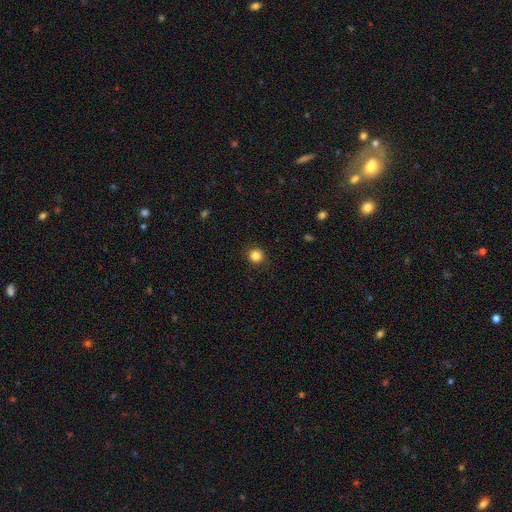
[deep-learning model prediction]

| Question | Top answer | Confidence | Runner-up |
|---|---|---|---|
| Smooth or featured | smooth | 85% | star or artifact (11%) |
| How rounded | round | 93% | in between (6%) |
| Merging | none | 91% | minor disturbance (6%) |